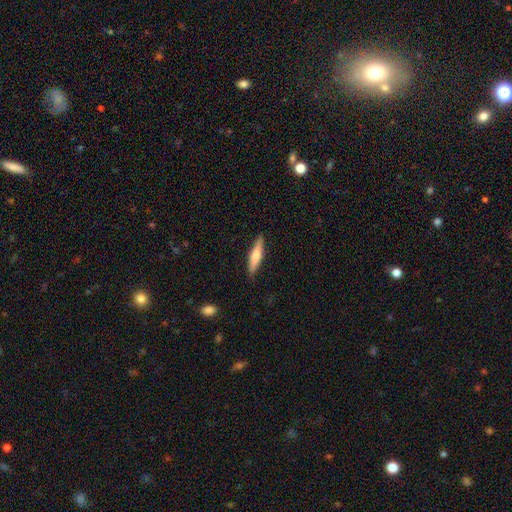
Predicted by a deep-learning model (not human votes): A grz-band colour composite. It shows a smooth galaxy with no disk features (60%) that is cigar-shaped (82%). Merging: none (88%).